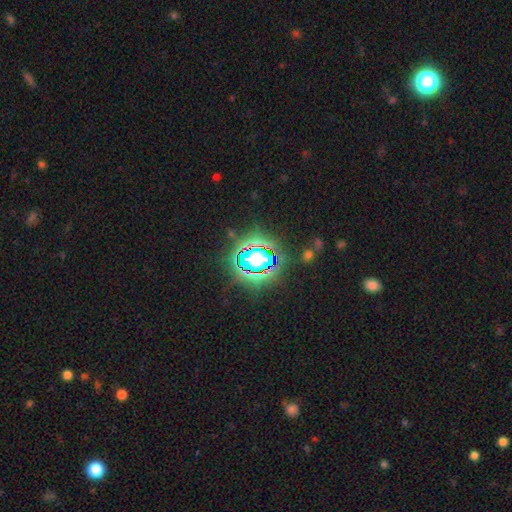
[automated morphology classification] Smooth or featured?
  - star or artifact: 77% *
  - smooth: 14%
  - featured or disk: 9%